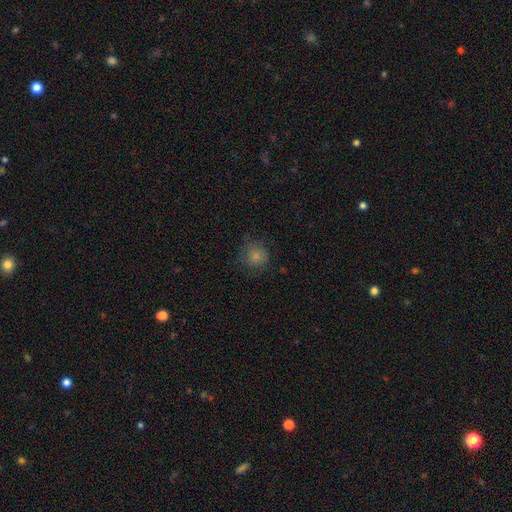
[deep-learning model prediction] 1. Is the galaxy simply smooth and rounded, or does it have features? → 80% smooth, 11% star or artifact, 9% featured or disk.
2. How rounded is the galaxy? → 86% round, 13% in between, 1% cigar-shaped.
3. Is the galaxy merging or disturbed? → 69% none, 20% minor disturbance, 9% major disturbance, 1% merger.